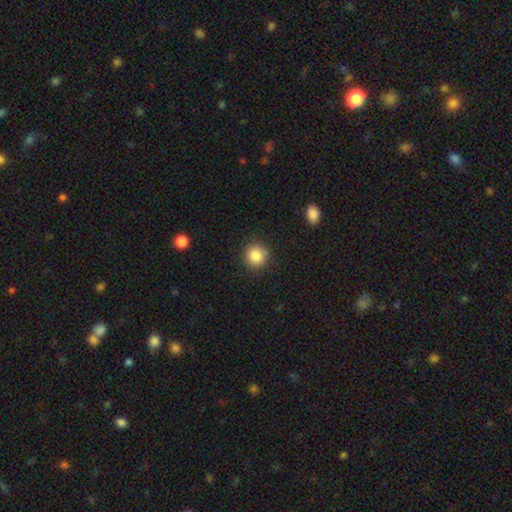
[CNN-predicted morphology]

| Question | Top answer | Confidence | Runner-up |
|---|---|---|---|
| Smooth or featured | smooth | 86% | star or artifact (10%) |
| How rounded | round | 92% | in between (7%) |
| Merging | none | 89% | minor disturbance (7%) |